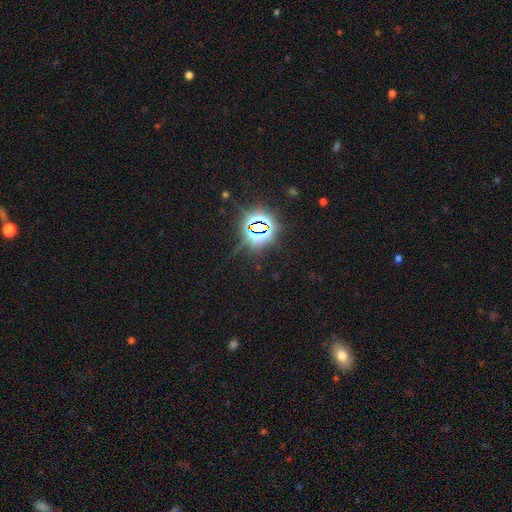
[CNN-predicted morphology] Smooth or featured? Predicted: star or artifact (p=0.81).